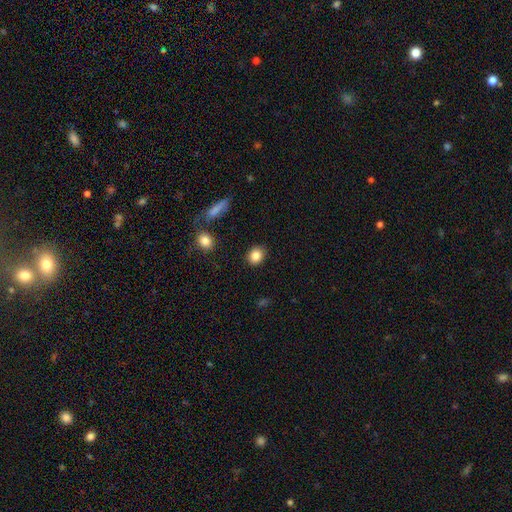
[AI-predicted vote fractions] Overall: smooth (85%). How rounded: round (60%; in between 38%). Merging: none (89%).